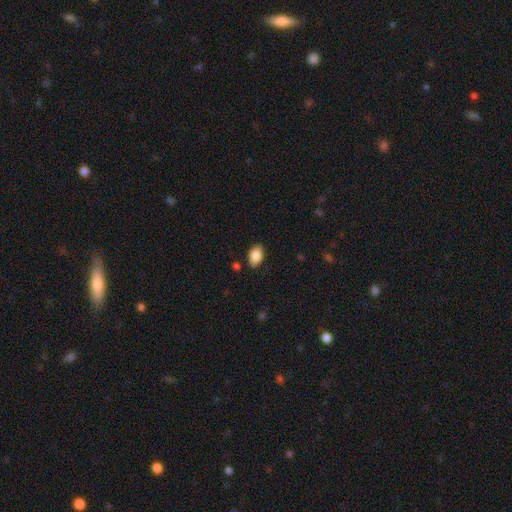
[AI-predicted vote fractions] Smooth or featured?
  - smooth: 86% *
  - star or artifact: 7%
  - featured or disk: 7%
How rounded?
  - in between: 90% *
  - round: 8%
  - cigar-shaped: 1%
Merging?
  - none: 86% *
  - minor disturbance: 10%
  - major disturbance: 2%
  - merger: 2%